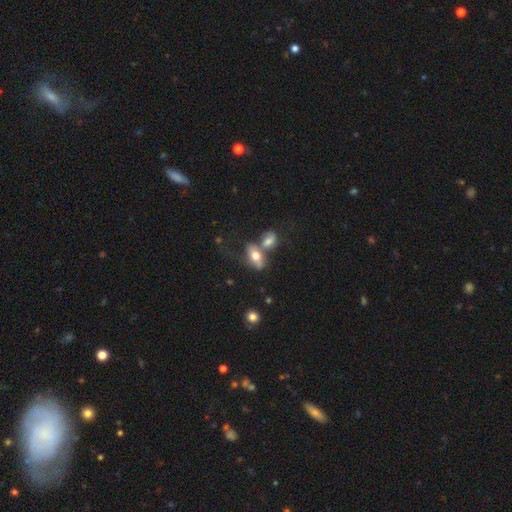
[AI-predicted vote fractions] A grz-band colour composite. It shows a smooth galaxy with no disk features (68%) that is in between round and cigar-shaped (85%). Merging: merger (51%).